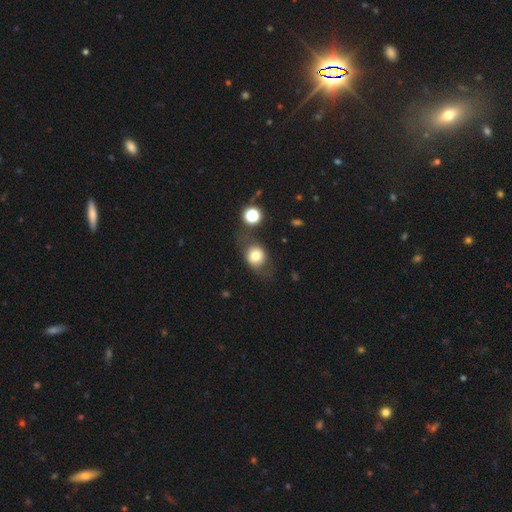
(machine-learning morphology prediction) The model was most divided on "how rounded": round: 58%, in between: 41%, cigar-shaped: 1%. More confident: smooth or featured — smooth (70%); merging — none (61%).